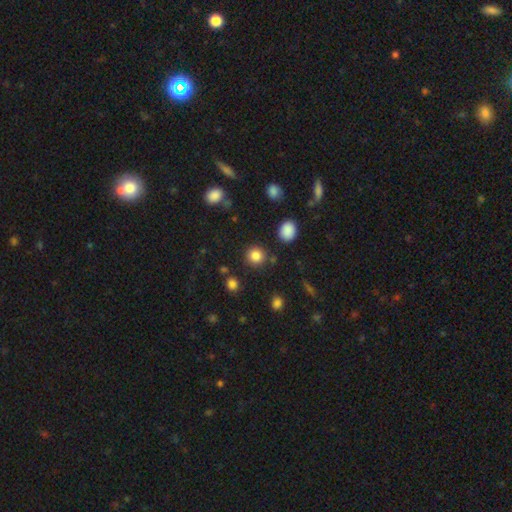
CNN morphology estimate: Smooth or featured?
  - smooth: 83% *
  - star or artifact: 12%
  - featured or disk: 5%
How rounded?
  - round: 91% *
  - in between: 8%
  - cigar-shaped: 1%
Merging?
  - none: 87% *
  - minor disturbance: 7%
  - merger: 3%
  - major disturbance: 3%